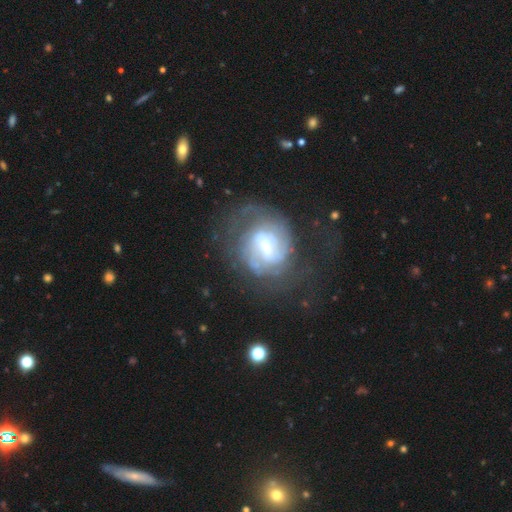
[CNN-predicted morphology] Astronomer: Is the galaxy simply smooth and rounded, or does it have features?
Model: featured or disk — 56%.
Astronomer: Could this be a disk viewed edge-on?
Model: no — 95%.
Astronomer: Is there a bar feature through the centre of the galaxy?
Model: no — 67%.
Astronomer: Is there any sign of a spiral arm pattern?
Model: yes — 72%.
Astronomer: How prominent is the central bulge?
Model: moderate — 45% (runner-up: large, 30%).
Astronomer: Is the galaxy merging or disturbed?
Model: none — 72%.